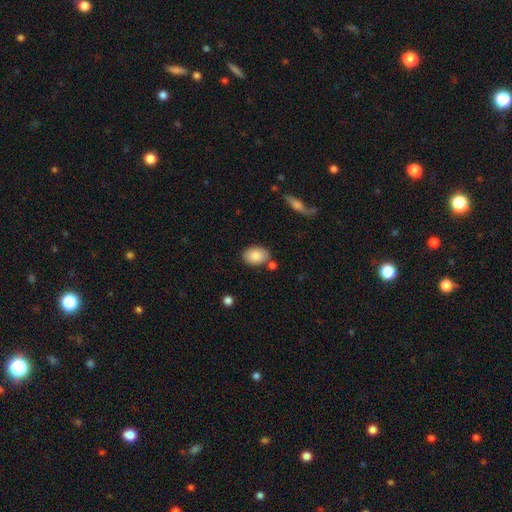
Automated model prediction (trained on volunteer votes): This appears to be a smooth galaxy with no disk features (85%) that is in between round and cigar-shaped (83%). Merging: none (77%).